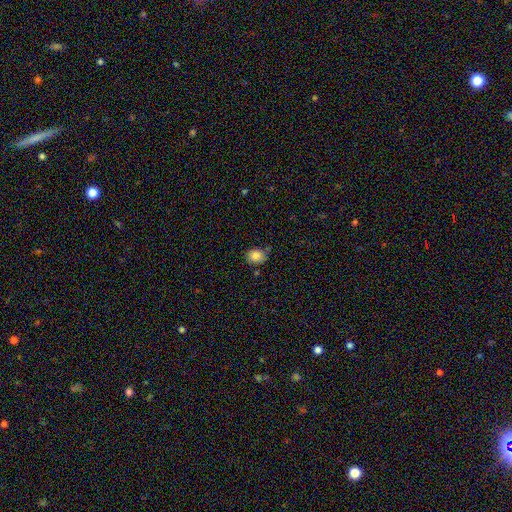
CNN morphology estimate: Q: Smooth or featured?
A: smooth (84%); runner-up: star or artifact (9%)
Q: How rounded?
A: round (58%); runner-up: in between (41%)
Q: Merging?
A: none (73%); runner-up: minor disturbance (20%)